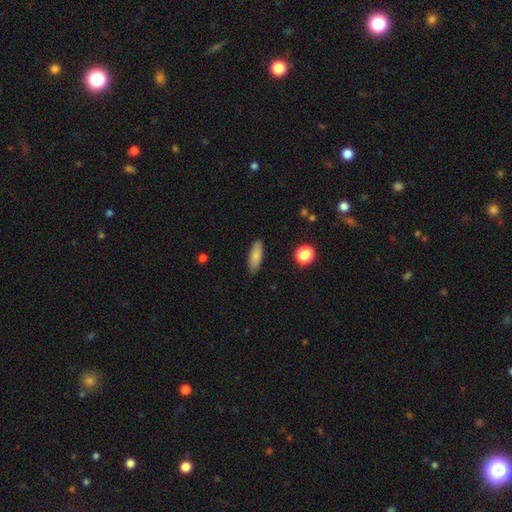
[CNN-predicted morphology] Smooth or featured?
  - smooth: 82% *
  - featured or disk: 11%
  - star or artifact: 7%
How rounded?
  - in between: 60% *
  - cigar-shaped: 38%
  - round: 3%
Merging?
  - none: 85% *
  - minor disturbance: 11%
  - major disturbance: 2%
  - merger: 1%